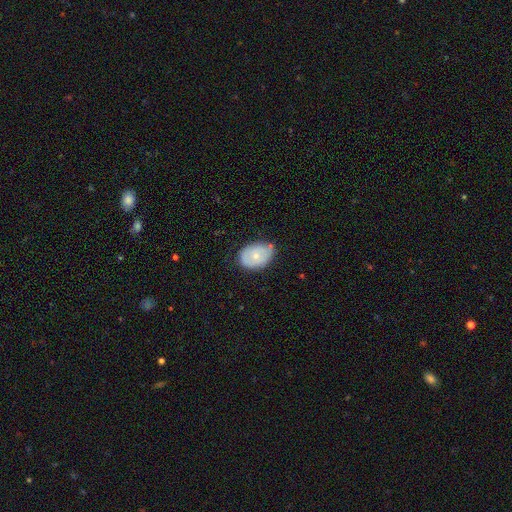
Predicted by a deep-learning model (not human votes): This is likely a smooth galaxy (65%). How rounded: likely in between (79%). Merging: likely none (62%).